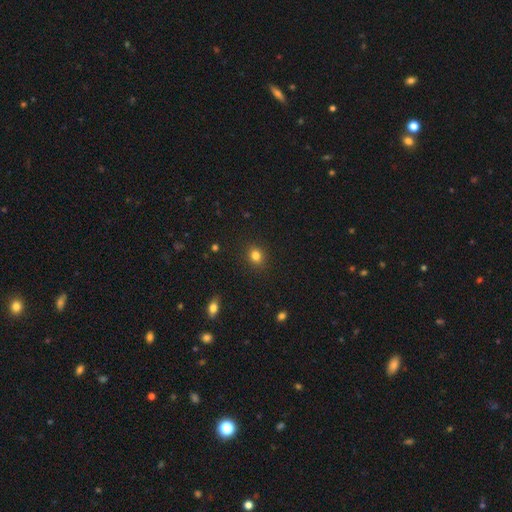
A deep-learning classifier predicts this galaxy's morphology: Smooth or featured?
  - smooth: 82% *
  - star or artifact: 13%
  - featured or disk: 5%
How rounded?
  - round: 69% *
  - in between: 30%
  - cigar-shaped: 1%
Merging?
  - none: 89% *
  - minor disturbance: 7%
  - major disturbance: 2%
  - merger: 1%